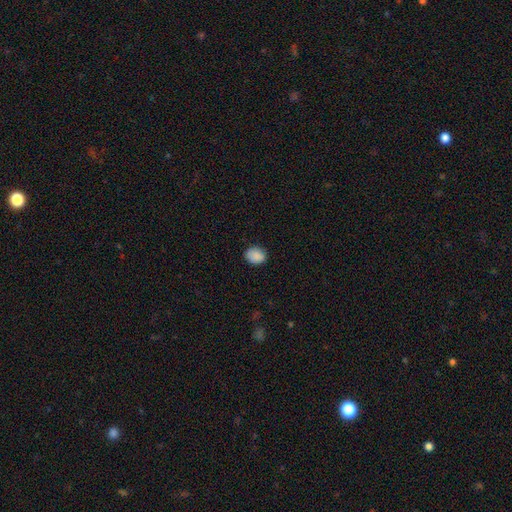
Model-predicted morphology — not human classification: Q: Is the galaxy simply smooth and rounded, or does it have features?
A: smooth — 89%.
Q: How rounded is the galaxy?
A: in between — 56%.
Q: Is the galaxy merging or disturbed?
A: none — 83%.